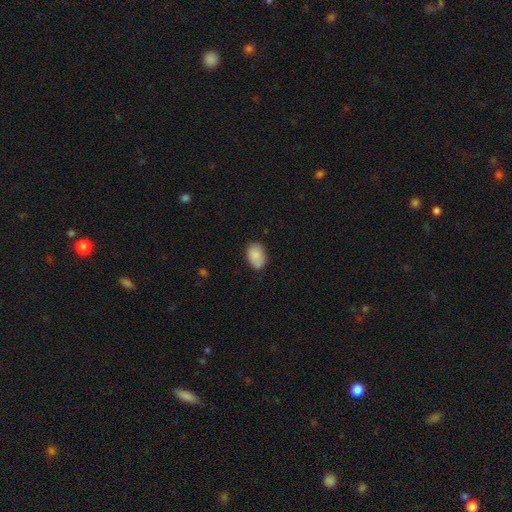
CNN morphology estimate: The model was most divided on "merging": none: 72%, minor disturbance: 22%, major disturbance: 4%, merger: 3%. More confident: smooth or featured — smooth (85%); how rounded — in between (84%).